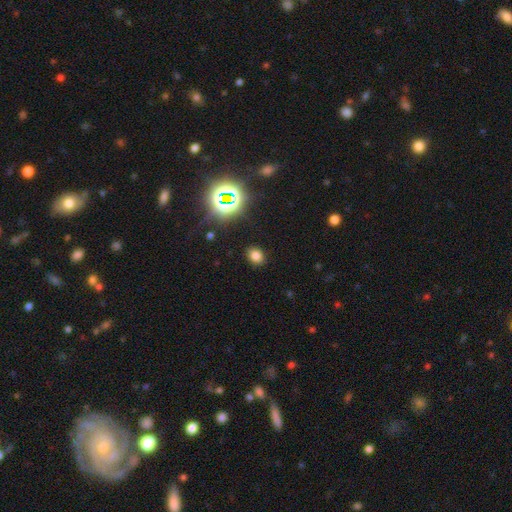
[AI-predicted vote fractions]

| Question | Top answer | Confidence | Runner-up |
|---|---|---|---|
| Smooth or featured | smooth | 73% | star or artifact (20%) |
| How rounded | in between | 51% | round (48%) |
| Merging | none | 88% | minor disturbance (8%) |